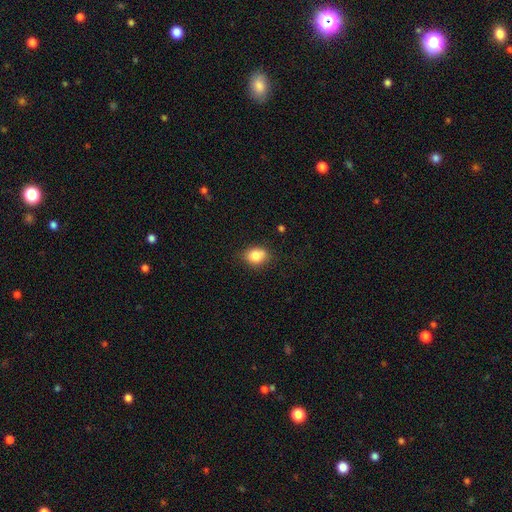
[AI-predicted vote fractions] This appears to be a smooth galaxy with no disk features (82%) that is in between round and cigar-shaped (55%). Merging: none (77%).